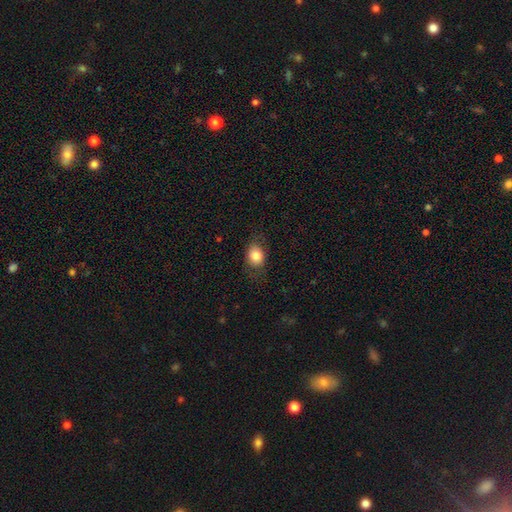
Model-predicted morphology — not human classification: Smooth or featured: smooth — 82% (featured or disk — 9%)
How rounded: in between — 57% (round — 42%)
Merging: none — 76% (minor disturbance — 17%)